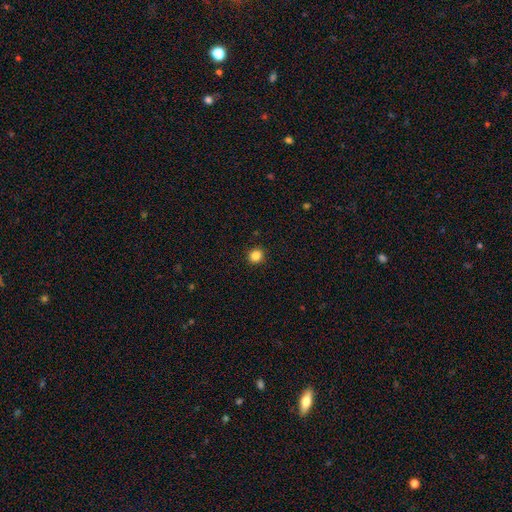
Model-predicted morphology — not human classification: Smooth or featured?
  - smooth: 85% *
  - star or artifact: 11%
  - featured or disk: 4%
How rounded?
  - round: 91% *
  - in between: 8%
  - cigar-shaped: 1%
Merging?
  - none: 92% *
  - minor disturbance: 5%
  - major disturbance: 2%
  - merger: 1%